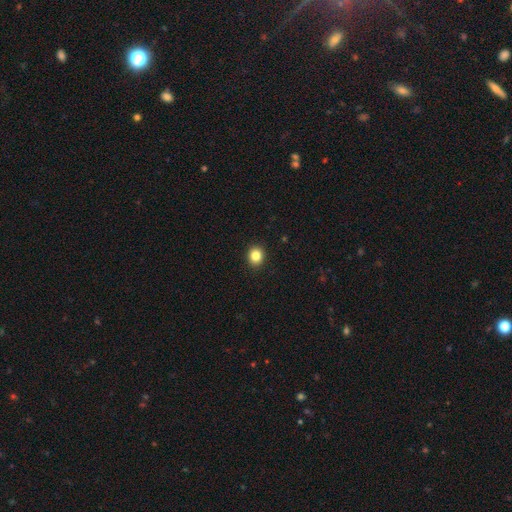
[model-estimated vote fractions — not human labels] Q: Smooth or featured?
A: smooth (84%); runner-up: star or artifact (11%)
Q: How rounded?
A: round (82%); runner-up: in between (17%)
Q: Merging?
A: none (93%); runner-up: minor disturbance (5%)